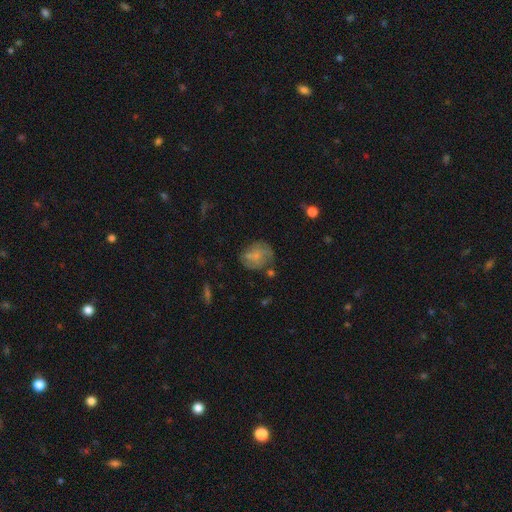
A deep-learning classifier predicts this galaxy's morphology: A smooth galaxy with no disk features (54%) that is round (67%). Merging: none (51%).